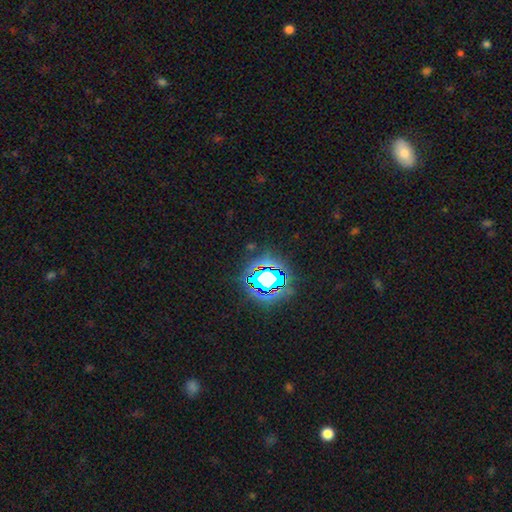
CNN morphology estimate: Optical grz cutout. It shows a star or artifact, not a galaxy (78%).